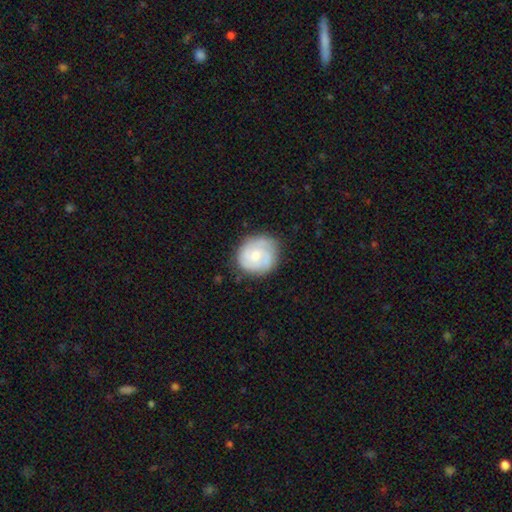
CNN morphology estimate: Smooth or featured? featured or disk (59%)
Edge-on disk? no (98%)
Bar? no (71%)
Spiral arms? yes (85%)
Bulge size? moderate (45%)
Merging? none (74%)